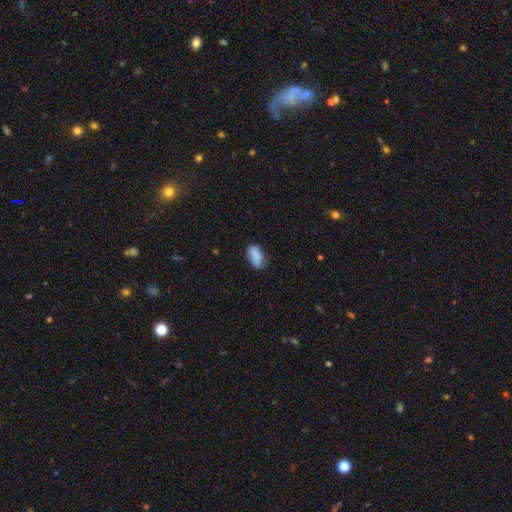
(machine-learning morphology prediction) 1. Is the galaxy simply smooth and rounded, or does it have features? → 86% smooth, 8% star or artifact, 6% featured or disk.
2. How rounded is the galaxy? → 89% in between, 7% cigar-shaped, 4% round.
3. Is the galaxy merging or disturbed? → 72% none, 21% minor disturbance, 4% major disturbance, 2% merger.